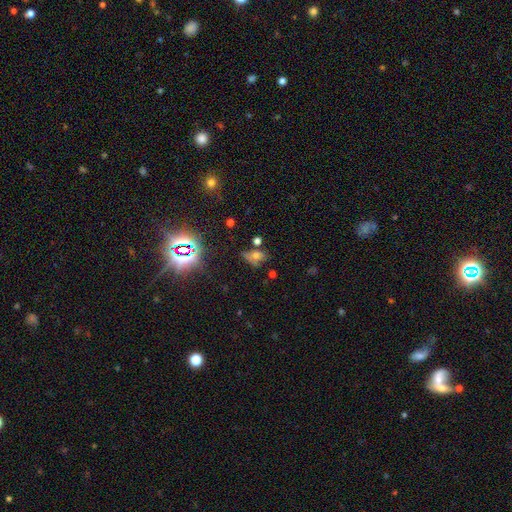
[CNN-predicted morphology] smooth 48%, star or artifact 31%, featured or disk 20%. Down the decision tree: merging — none (45%).